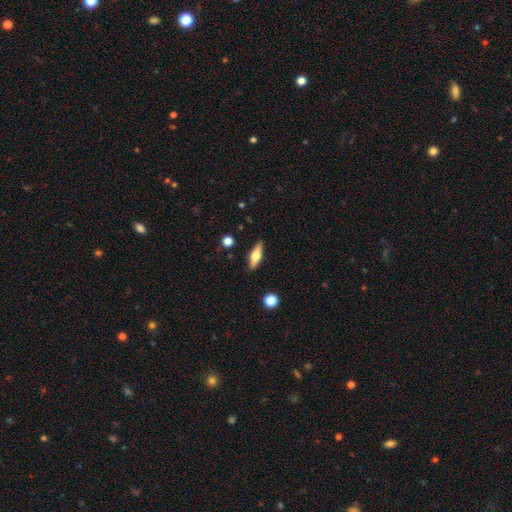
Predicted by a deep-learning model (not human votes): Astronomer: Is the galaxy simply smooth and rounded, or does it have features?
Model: smooth — 48% (runner-up: featured or disk, 46%).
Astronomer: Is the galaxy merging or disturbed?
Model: none — 87%.